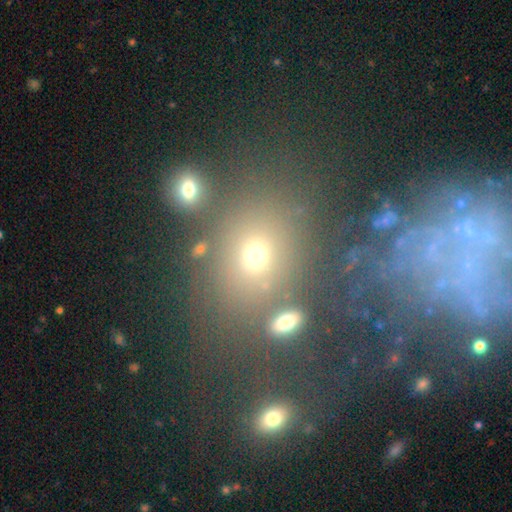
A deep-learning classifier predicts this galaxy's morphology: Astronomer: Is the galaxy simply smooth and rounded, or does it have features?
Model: smooth — 57%.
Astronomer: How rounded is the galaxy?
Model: round — 55% (runner-up: in between, 44%).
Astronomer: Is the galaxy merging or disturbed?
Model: none — 67%.